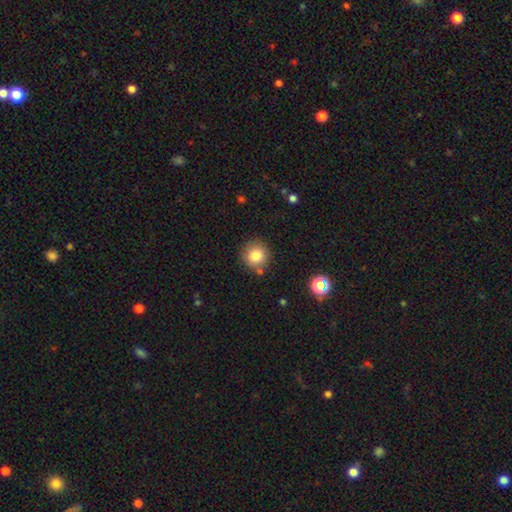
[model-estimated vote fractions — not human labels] A smooth galaxy with no disk features (82%) that is round (92%). Merging: none (81%).